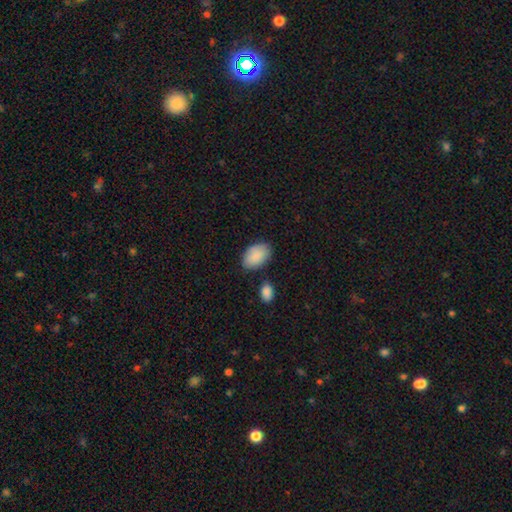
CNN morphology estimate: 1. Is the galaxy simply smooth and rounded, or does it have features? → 89% smooth, 6% star or artifact, 6% featured or disk.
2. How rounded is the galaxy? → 93% in between, 6% round, 1% cigar-shaped.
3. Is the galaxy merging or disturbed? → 76% none, 16% minor disturbance, 5% merger, 4% major disturbance.